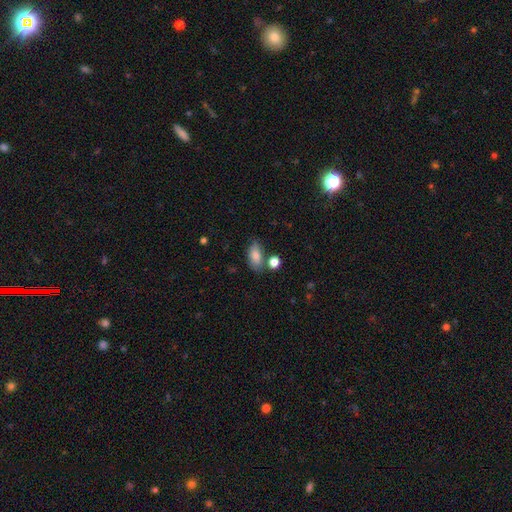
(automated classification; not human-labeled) smooth-or-featured: smooth: 81% | featured or disk: 11% | star or artifact: 8%
  how-rounded: in between: 88% | round: 7% | cigar-shaped: 5%
  merging: none: 61% | minor disturbance: 20% | merger: 13% | major disturbance: 6%